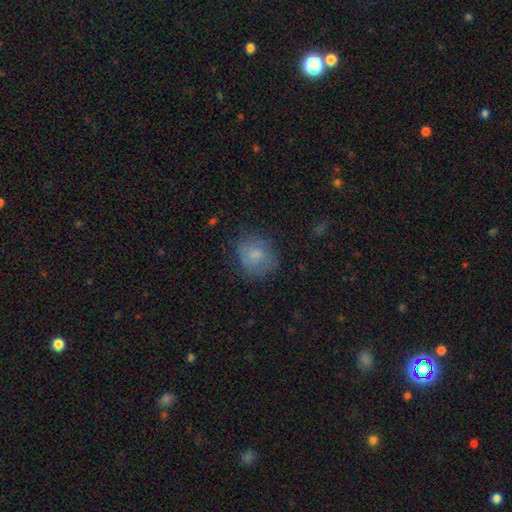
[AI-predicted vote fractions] Morphology: type=smooth (75%); roundness=round (73%); merging=none (68%).